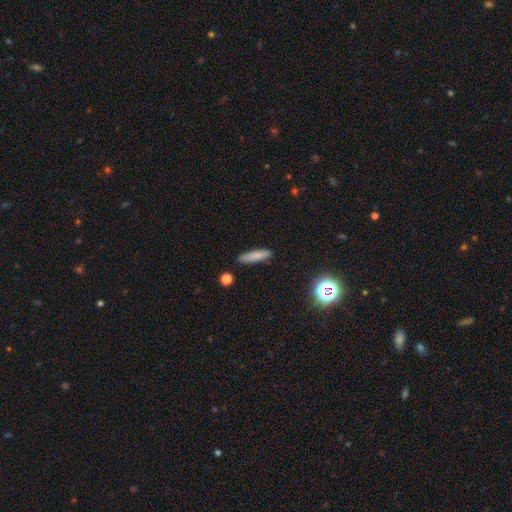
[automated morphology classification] Q: Smooth or featured?
A: smooth (80%); runner-up: featured or disk (11%)
Q: How rounded?
A: cigar-shaped (74%); runner-up: in between (24%)
Q: Merging?
A: none (86%); runner-up: minor disturbance (10%)